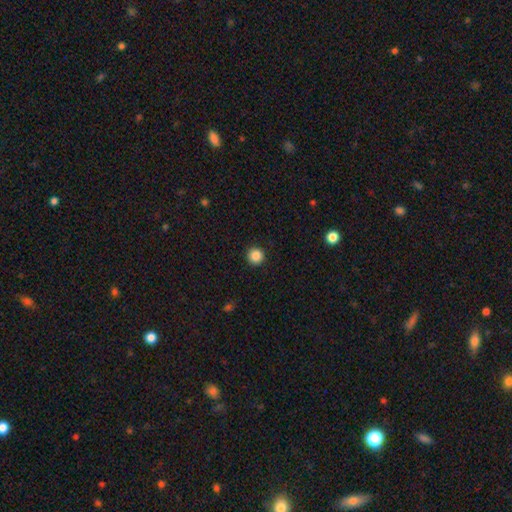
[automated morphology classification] This appears to be a smooth galaxy with no disk features (86%) that is round (96%). Merging: none (93%).